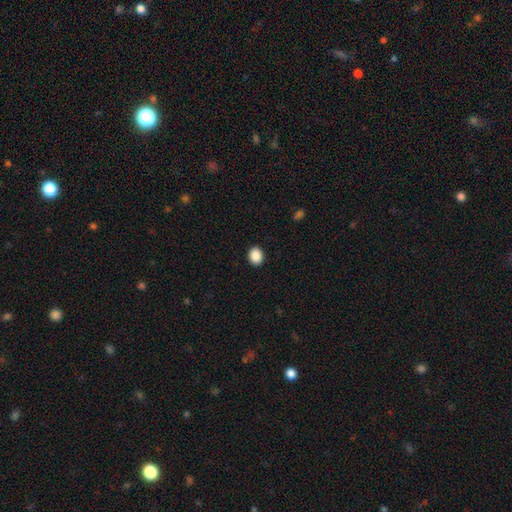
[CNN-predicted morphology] smooth 89%, star or artifact 9%, featured or disk 3%. Down the decision tree: how rounded — round (55%); merging — none (92%).